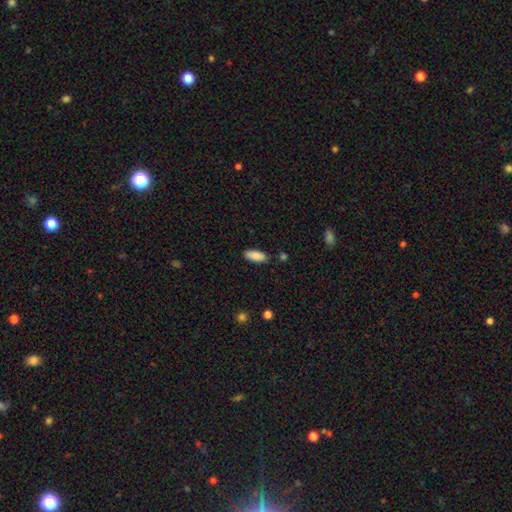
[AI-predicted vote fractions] Q: Smooth or featured?
A: smooth (89%); runner-up: star or artifact (6%)
Q: How rounded?
A: in between (84%); runner-up: cigar-shaped (15%)
Q: Merging?
A: none (86%); runner-up: minor disturbance (10%)